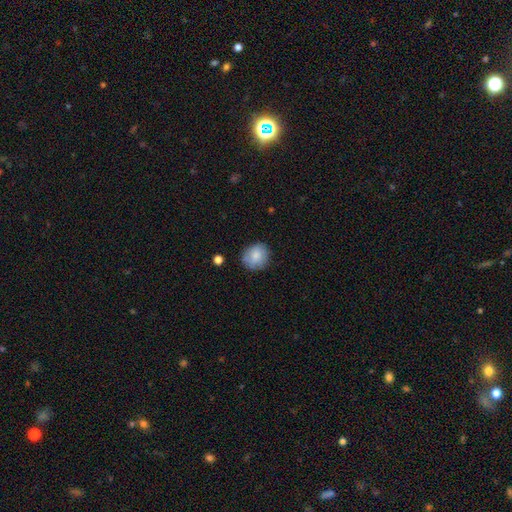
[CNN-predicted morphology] Smooth or featured? smooth (82%)
How rounded? round (81%)
Merging? none (80%)